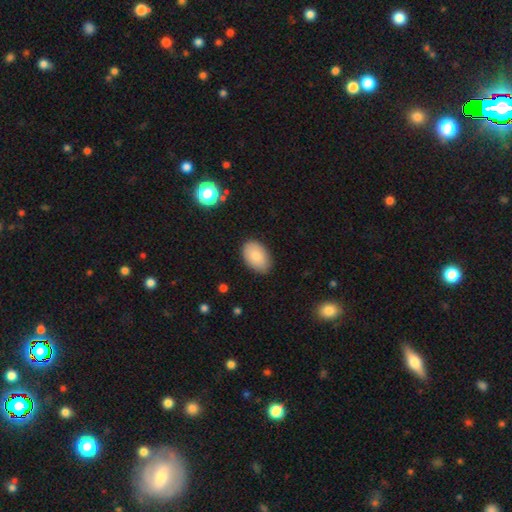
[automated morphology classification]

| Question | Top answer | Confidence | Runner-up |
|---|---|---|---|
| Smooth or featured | smooth | 83% | featured or disk (10%) |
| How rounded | in between | 91% | round (8%) |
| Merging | none | 84% | minor disturbance (12%) |